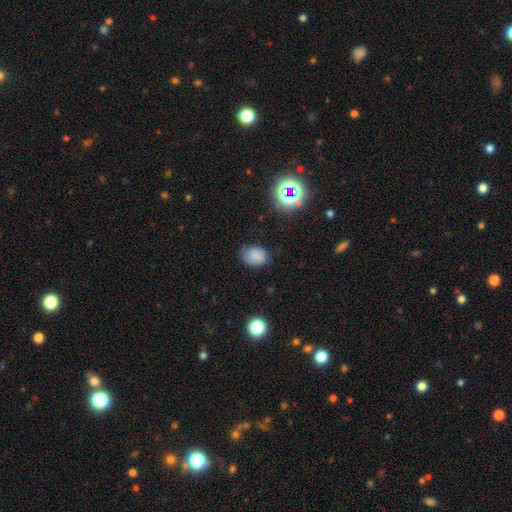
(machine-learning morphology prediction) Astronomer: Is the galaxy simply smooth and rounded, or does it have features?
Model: smooth — 77%.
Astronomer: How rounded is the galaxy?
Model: in between — 65%.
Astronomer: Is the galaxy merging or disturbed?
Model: none — 70%.